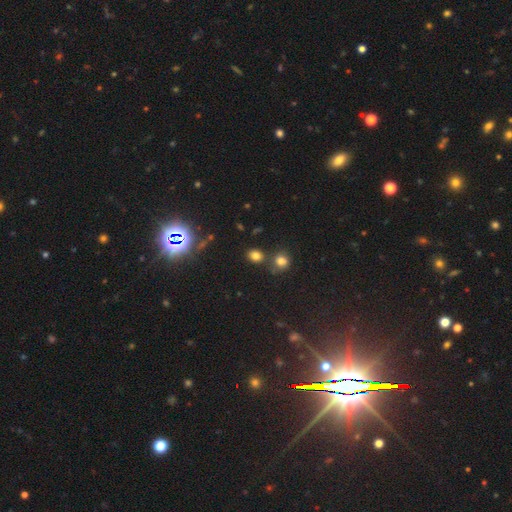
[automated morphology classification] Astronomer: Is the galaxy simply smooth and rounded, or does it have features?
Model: smooth — 72%.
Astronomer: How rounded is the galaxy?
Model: round — 59% (runner-up: in between, 39%).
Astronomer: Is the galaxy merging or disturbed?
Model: none — 74%.